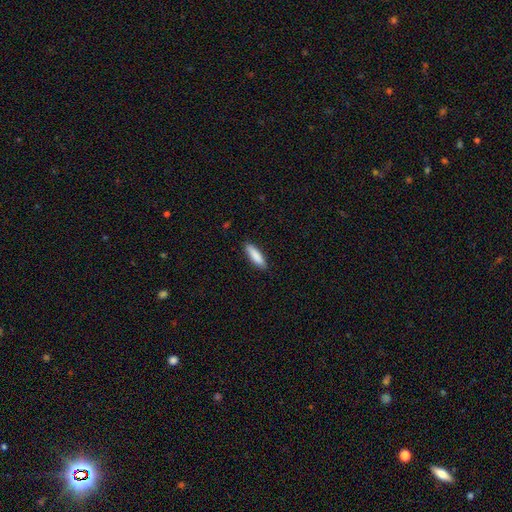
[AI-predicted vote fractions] smooth-or-featured: smooth: 88% | featured or disk: 7% | star or artifact: 5%
  how-rounded: cigar-shaped: 66% | in between: 33% | round: 1%
  merging: none: 88% | minor disturbance: 9% | major disturbance: 2% | merger: 1%